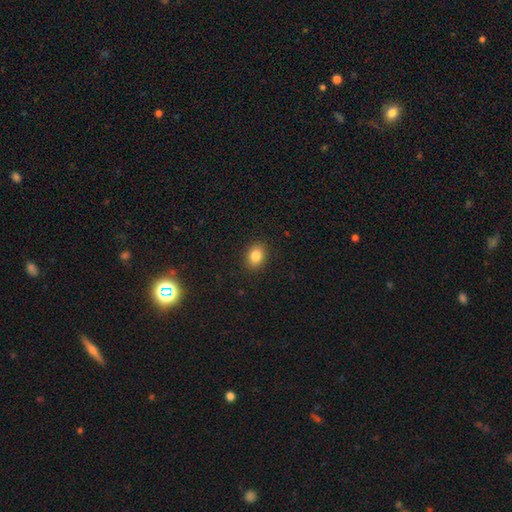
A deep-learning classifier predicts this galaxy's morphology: Smooth or featured? Predicted: smooth (p=0.84). How rounded? Predicted: in between (p=0.58). Merging? Predicted: none (p=0.89).